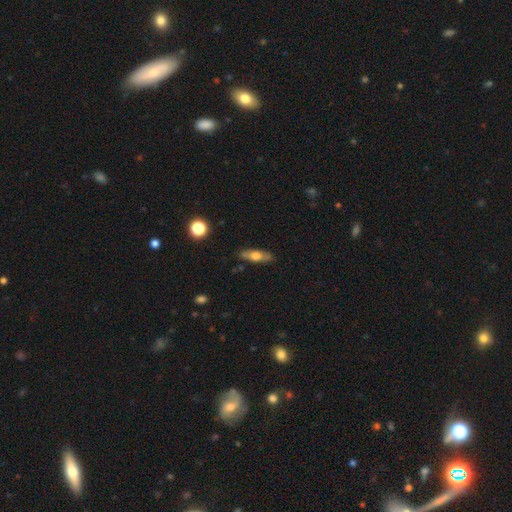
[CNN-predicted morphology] A smooth galaxy with no disk features (57%) that is in between round and cigar-shaped (50%). Merging: none (85%).